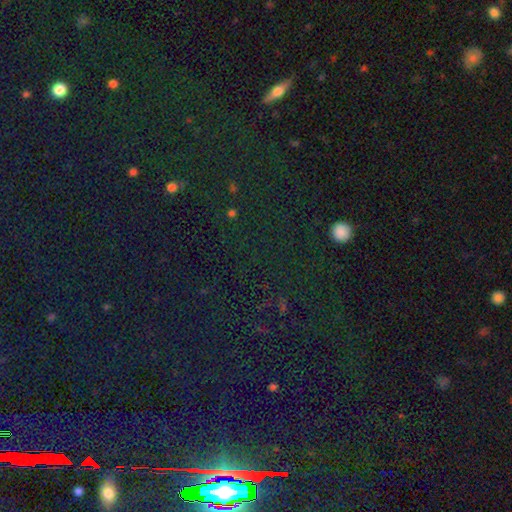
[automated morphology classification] Smooth or featured: star or artifact — 76% (smooth — 15%)